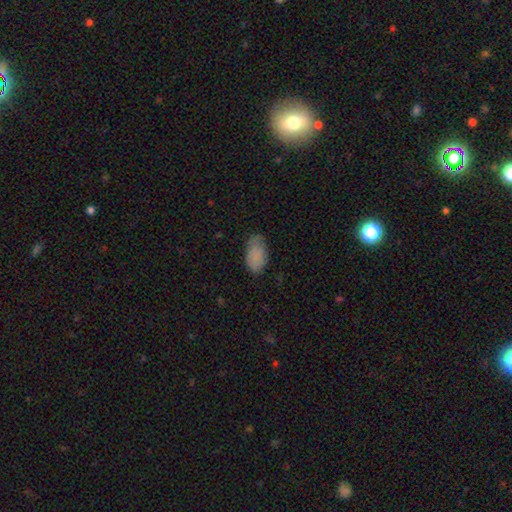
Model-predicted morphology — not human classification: A smooth galaxy with no disk features (84%) that is in between round and cigar-shaped (94%). Merging: none (66%).